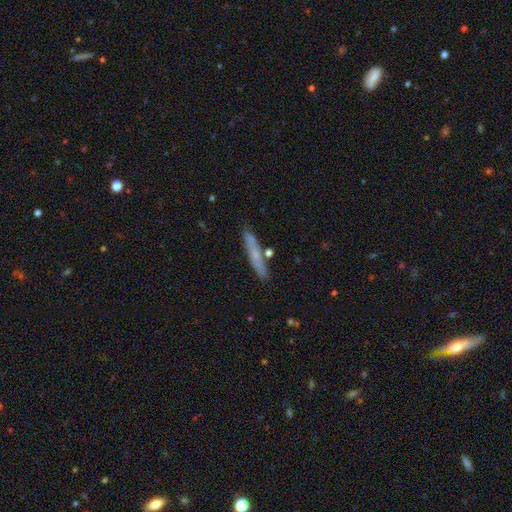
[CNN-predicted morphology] Smooth or featured?
  - smooth: 58% *
  - featured or disk: 35%
  - star or artifact: 7%
How rounded?
  - cigar-shaped: 91% *
  - in between: 7%
  - round: 2%
Merging?
  - none: 80% *
  - minor disturbance: 13%
  - merger: 5%
  - major disturbance: 3%